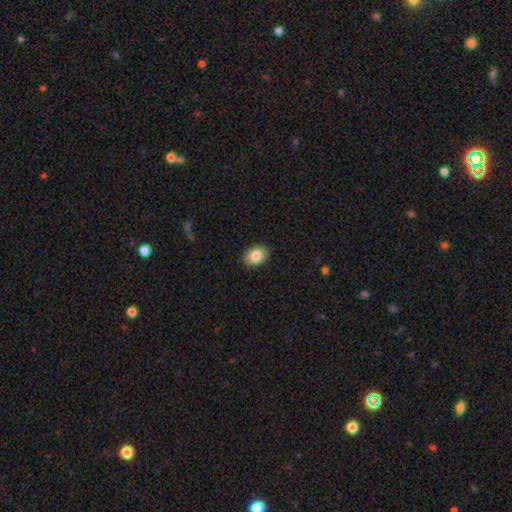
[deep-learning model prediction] The model was most divided on "how rounded": in between: 72%, round: 27%, cigar-shaped: 1%. More confident: merging — none (89%); smooth or featured — smooth (86%).